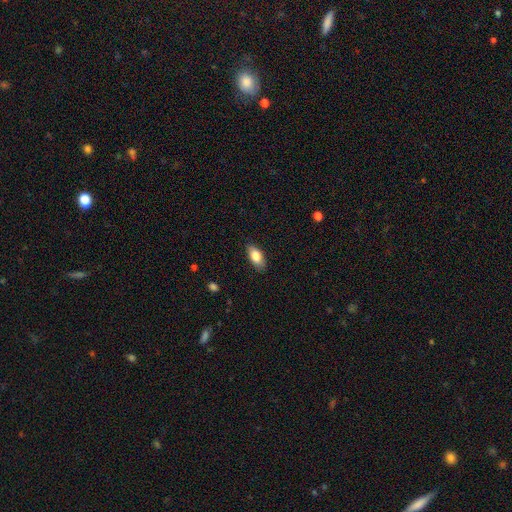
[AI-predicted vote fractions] Morphology: type=smooth (84%); roundness=in between (90%); merging=none (86%).